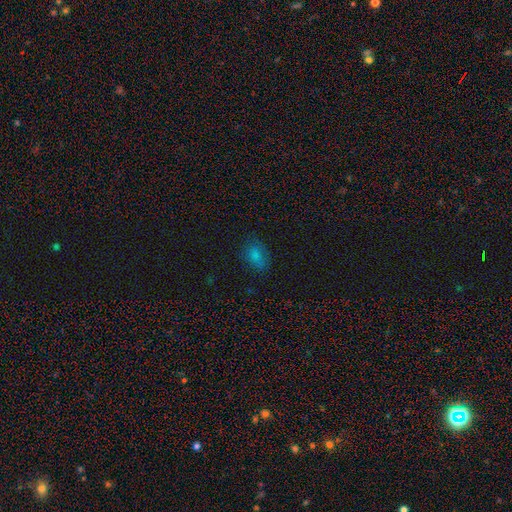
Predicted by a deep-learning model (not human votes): Smooth or featured: smooth — 78% (star or artifact — 14%)
How rounded: in between — 81% (round — 17%)
Merging: none — 72% (minor disturbance — 21%)